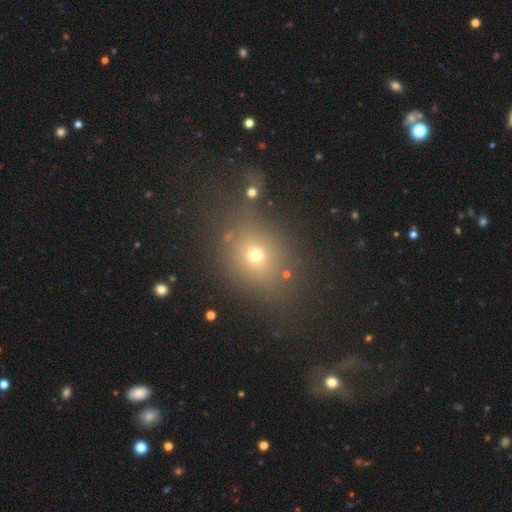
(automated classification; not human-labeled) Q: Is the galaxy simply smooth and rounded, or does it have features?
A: smooth — 64%.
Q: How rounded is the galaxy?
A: round — 54%.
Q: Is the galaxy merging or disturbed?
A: none — 70%.